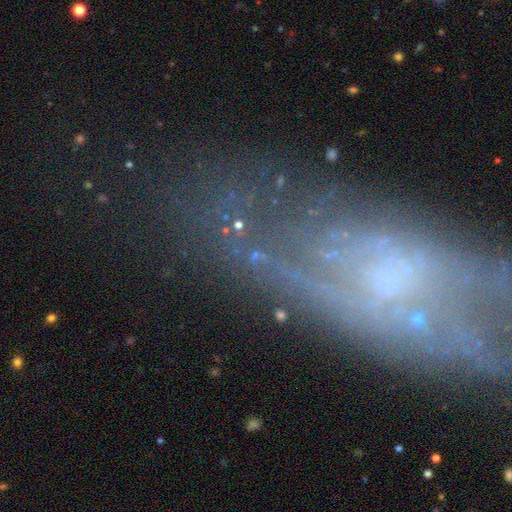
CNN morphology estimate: smooth-or-featured: featured or disk: 50% | star or artifact: 29% | smooth: 21%
  merging: none: 53% | major disturbance: 21% | minor disturbance: 18% | merger: 8%